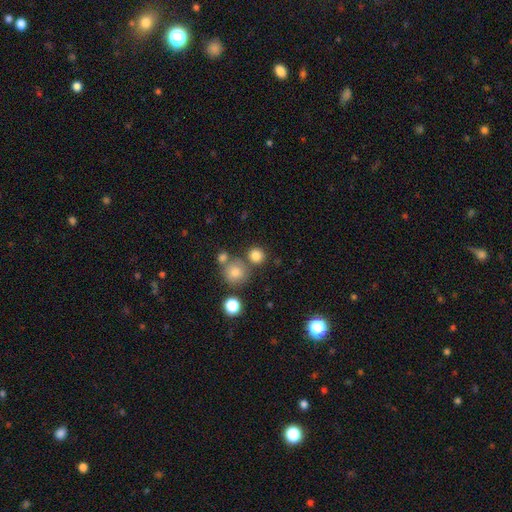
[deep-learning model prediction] Q: Smooth or featured?
A: smooth (79%); runner-up: star or artifact (14%)
Q: How rounded?
A: round (89%); runner-up: in between (10%)
Q: Merging?
A: none (70%); runner-up: merger (17%)